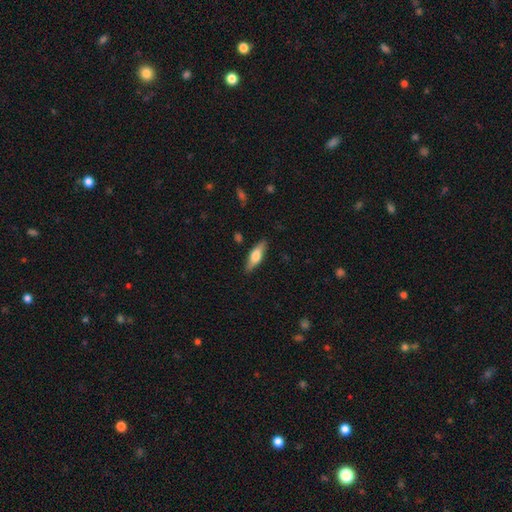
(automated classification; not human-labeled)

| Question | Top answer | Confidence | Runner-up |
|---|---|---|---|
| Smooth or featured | smooth | 60% | featured or disk (34%) |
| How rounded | cigar-shaped | 50% | in between (48%) |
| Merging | none | 86% | minor disturbance (10%) |